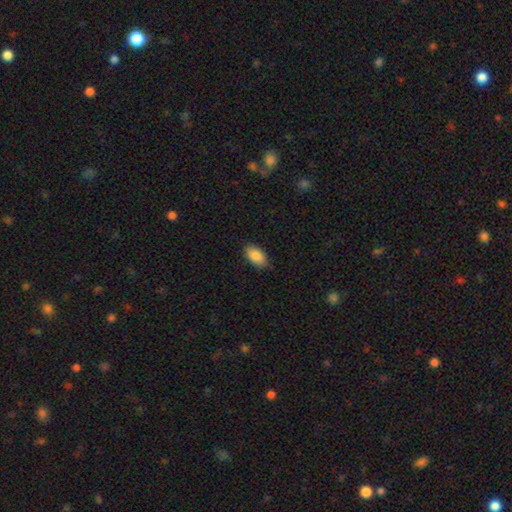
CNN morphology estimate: A smooth galaxy with no disk features (88%) that is in between round and cigar-shaped (94%).

Vote fractions:
- Smooth or featured? smooth: 88% / star or artifact: 6% / featured or disk: 6%
- How rounded? in between: 94% / round: 3% / cigar-shaped: 3%
- Merging? none: 83% / minor disturbance: 13% / major disturbance: 2% / merger: 1%